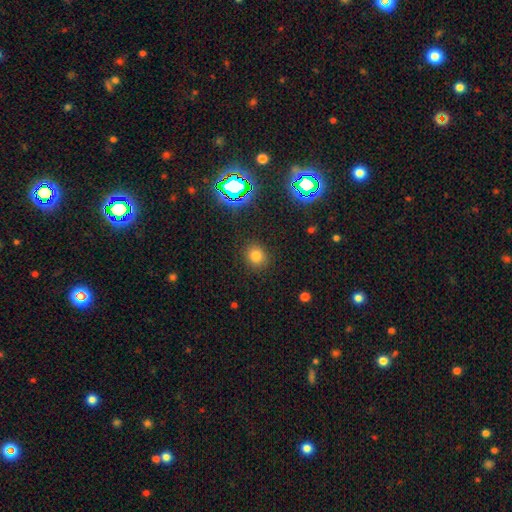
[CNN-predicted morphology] Q: Smooth or featured?
A: smooth (75%); runner-up: star or artifact (19%)
Q: How rounded?
A: round (83%); runner-up: in between (16%)
Q: Merging?
A: none (89%); runner-up: minor disturbance (7%)